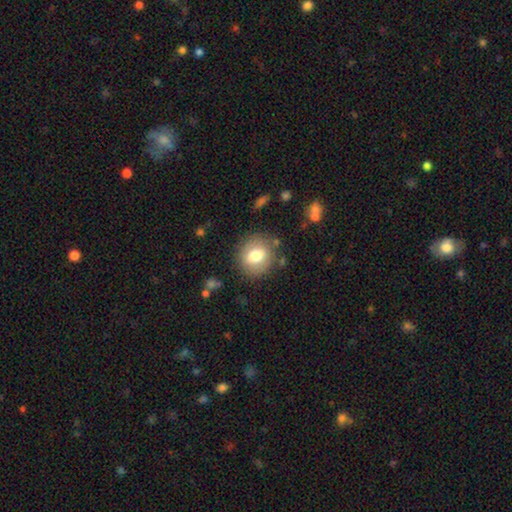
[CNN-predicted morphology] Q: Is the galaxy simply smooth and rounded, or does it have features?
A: smooth — 74%.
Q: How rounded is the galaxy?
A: round — 78%.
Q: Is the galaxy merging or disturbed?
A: none — 82%.